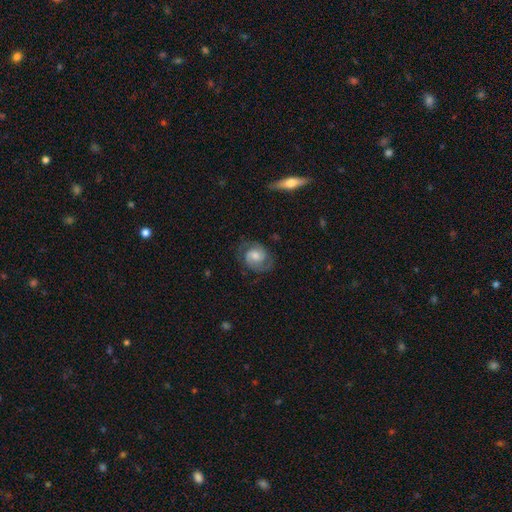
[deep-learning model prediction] featured or disk 76%, smooth 18%, star or artifact 7%. Down the decision tree: edge-on disk — no (98%); bar — no (52%); spiral arms — yes (95%); spiral arm count — 2 (88%); spiral winding — medium (49%); bulge size — moderate (51%); merging — none (76%).